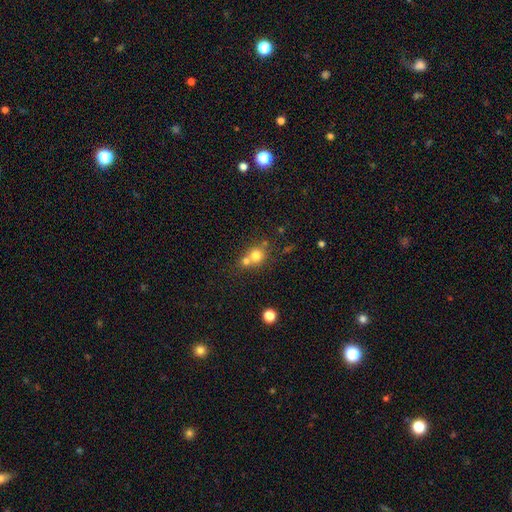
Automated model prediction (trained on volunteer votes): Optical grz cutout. It shows a smooth galaxy with no disk features (75%) that is round (84%). Merging: merger (52%).